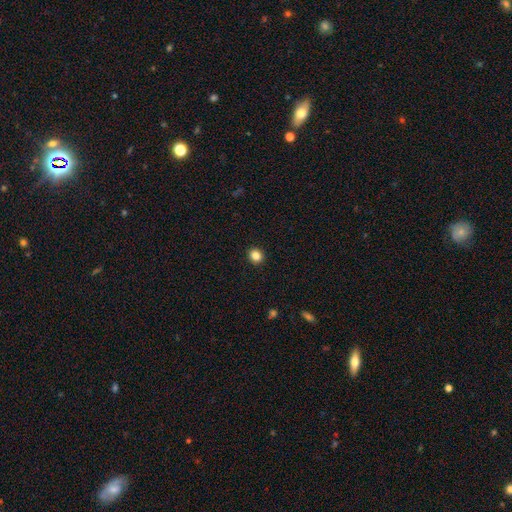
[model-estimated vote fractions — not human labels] smooth-or-featured: smooth: 85% | star or artifact: 11% | featured or disk: 4%
  how-rounded: round: 81% | in between: 18% | cigar-shaped: 1%
  merging: none: 93% | minor disturbance: 5% | major disturbance: 1% | merger: 1%